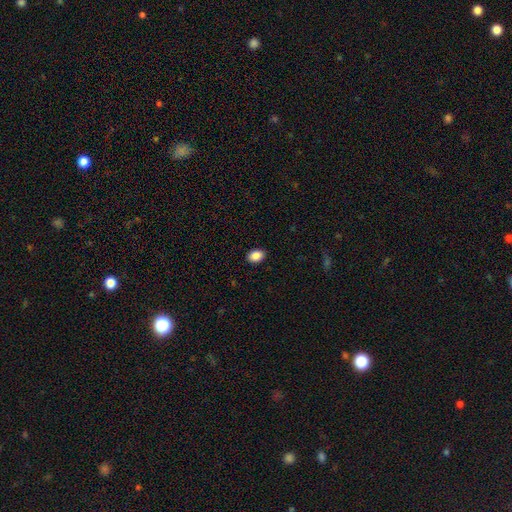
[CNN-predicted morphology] Smooth or featured? Predicted: smooth (p=0.88). How rounded? Predicted: in between (p=0.77). Merging? Predicted: none (p=0.90).